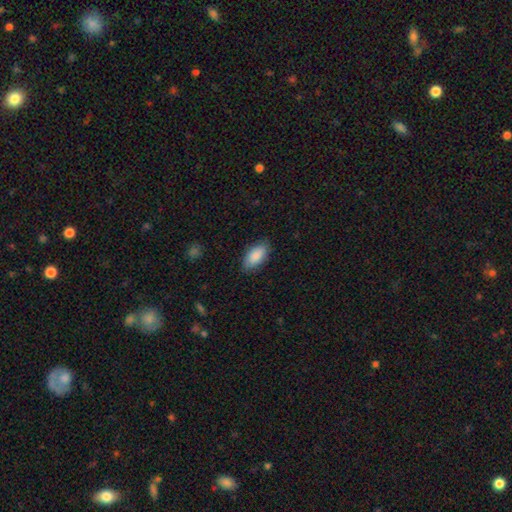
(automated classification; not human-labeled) Smooth or featured? Predicted: smooth (p=0.88). How rounded? Predicted: in between (p=0.93). Merging? Predicted: none (p=0.84).